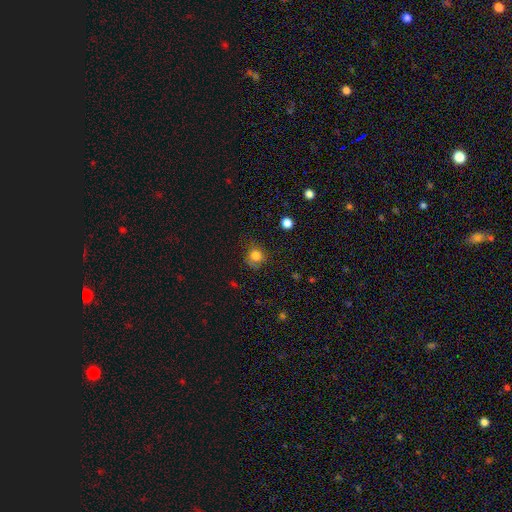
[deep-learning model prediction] Overall: smooth (80%). How rounded: round (82%). Merging: none (70%).